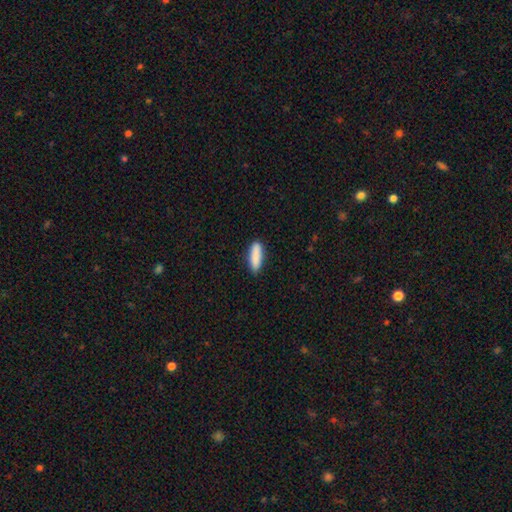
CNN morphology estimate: type=smooth (88%); roundness=cigar-shaped (52%); merging=none (87%).